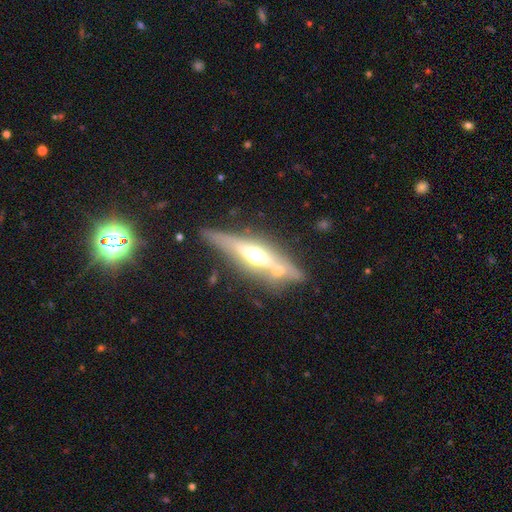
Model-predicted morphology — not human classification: type=featured or disk (72%); edge-on=yes (91%); edge-on bulge=rounded (90%); merging=none (67%).